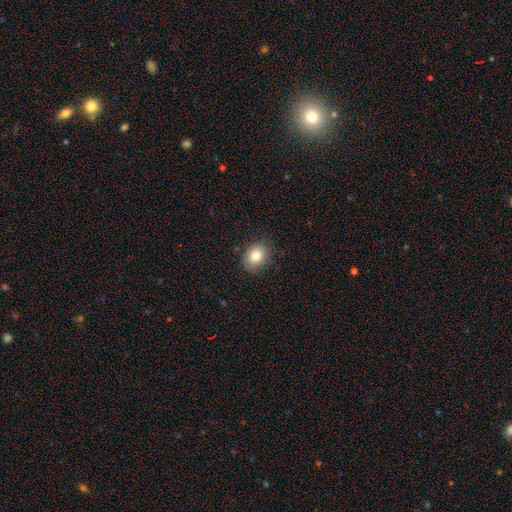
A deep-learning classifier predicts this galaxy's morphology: Smooth or featured? smooth (84%)
How rounded? in between (52%)
Merging? none (81%)